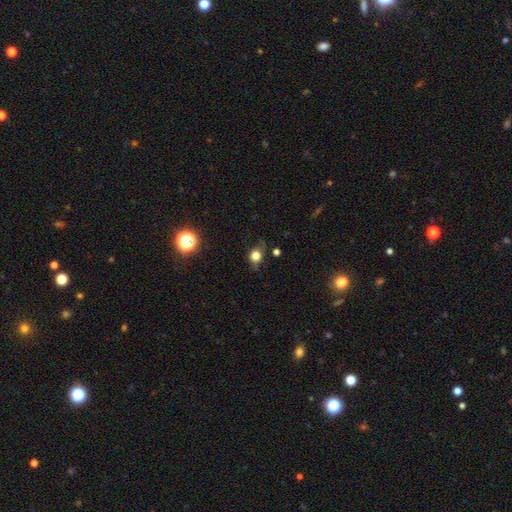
A smooth galaxy with no disk features (69%) that is round (89%).

Vote fractions:
- Smooth or featured? smooth: 69% / featured or disk: 21% / star or artifact: 10%
- How rounded? round: 89% / in between: 7% / cigar-shaped: 4%
- Merging? minor disturbance: 43% / none: 34% / major disturbance: 20% / merger: 3%